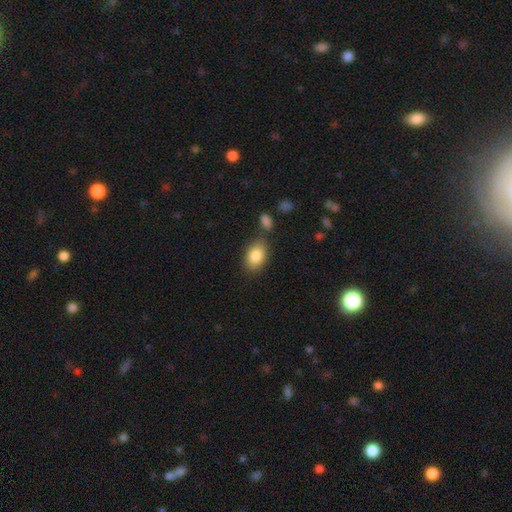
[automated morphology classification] The model was most divided on "merging": none: 73%, minor disturbance: 15%, merger: 9%, major disturbance: 4%. More confident: how rounded — in between (85%); smooth or featured — smooth (84%).